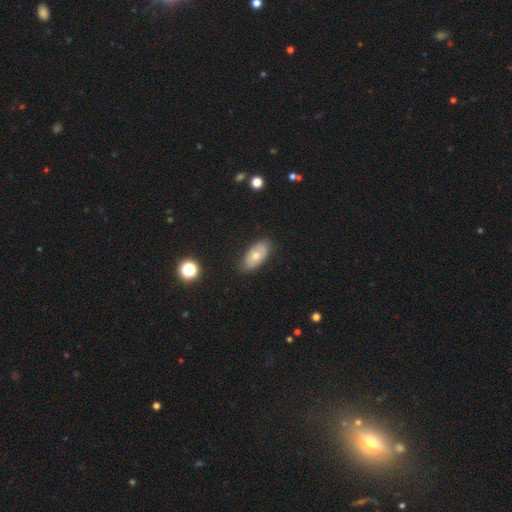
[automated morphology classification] smooth 62%, featured or disk 30%, star or artifact 8%. Down the decision tree: how rounded — in between (92%); merging — none (83%).